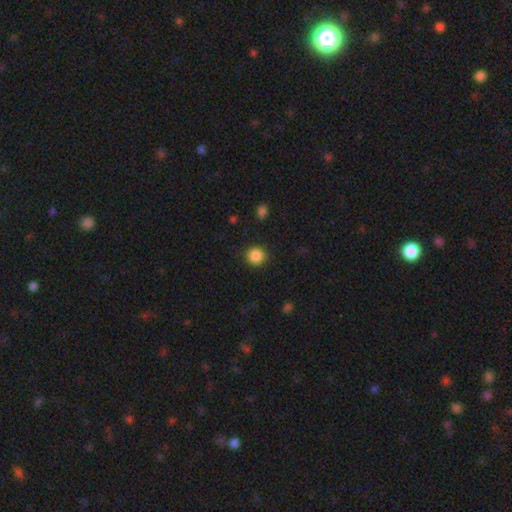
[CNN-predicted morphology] smooth-or-featured: smooth: 87% | star or artifact: 10% | featured or disk: 3%
  how-rounded: round: 92% | in between: 7% | cigar-shaped: 1%
  merging: none: 90% | minor disturbance: 7% | major disturbance: 2% | merger: 1%